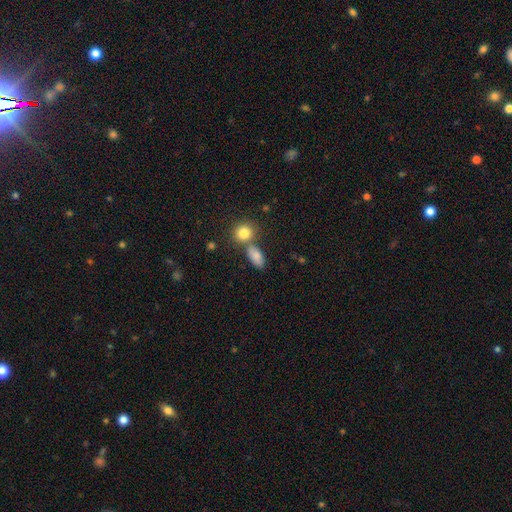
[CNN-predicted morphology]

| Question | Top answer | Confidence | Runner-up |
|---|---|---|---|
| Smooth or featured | smooth | 82% | star or artifact (9%) |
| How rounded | in between | 82% | round (12%) |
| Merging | none | 57% | merger (24%) |